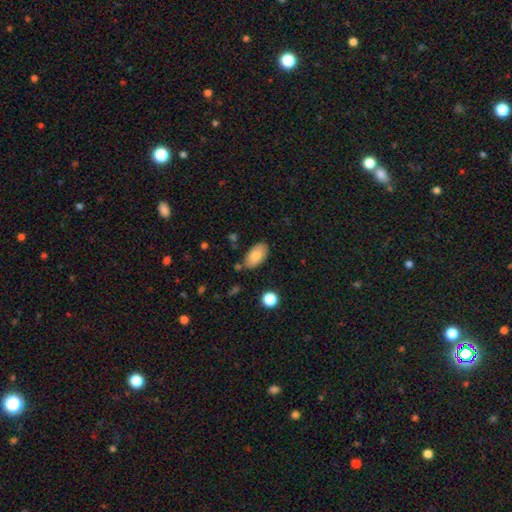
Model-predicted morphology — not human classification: Smooth or featured? Predicted: smooth (p=0.81). How rounded? Predicted: in between (p=0.94). Merging? Predicted: none (p=0.76).